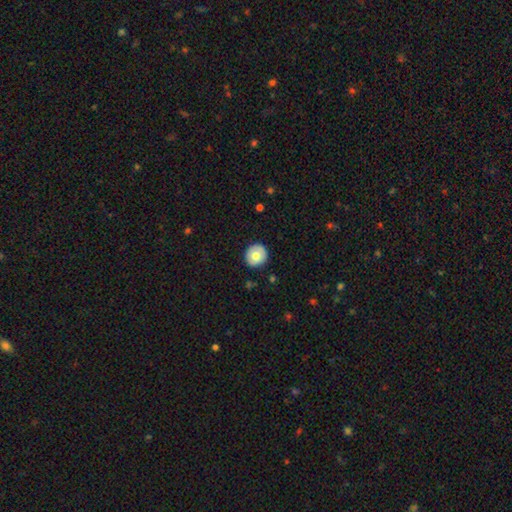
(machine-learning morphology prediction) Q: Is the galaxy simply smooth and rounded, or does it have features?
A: smooth — 68%.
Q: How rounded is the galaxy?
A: round — 92%.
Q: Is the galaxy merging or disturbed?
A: none — 90%.